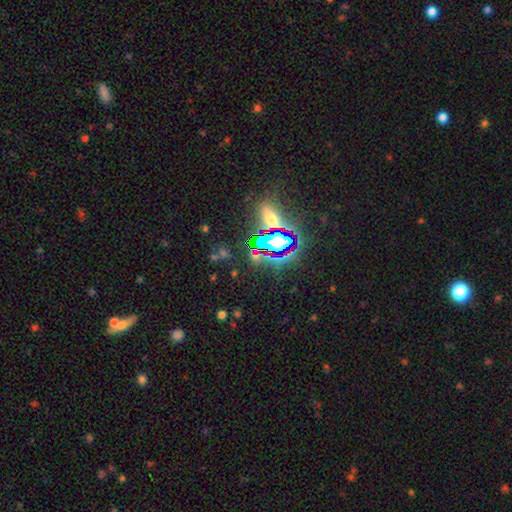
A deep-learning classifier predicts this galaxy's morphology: type=star or artifact (72%).